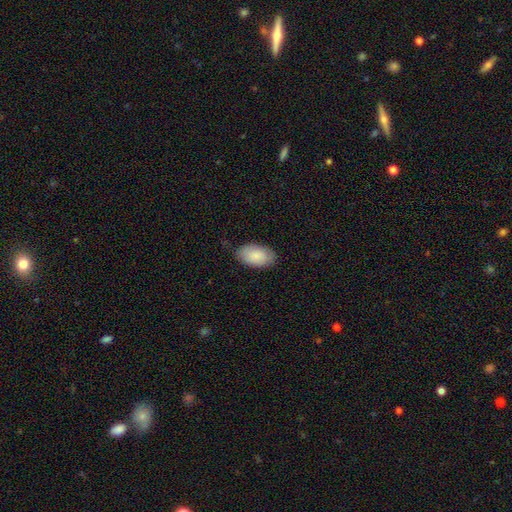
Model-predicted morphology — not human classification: type=smooth (87%); roundness=in between (95%); merging=none (82%).